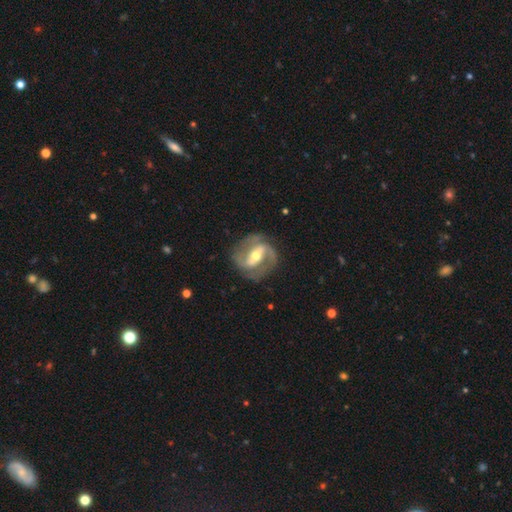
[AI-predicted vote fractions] Smooth or featured?
  - featured or disk: 86% *
  - smooth: 9%
  - star or artifact: 5%
Edge-on disk?
  - no: 96% *
  - yes: 4%
Bar?
  - strong: 57% *
  - weak: 30%
  - no: 12%
Spiral arms?
  - yes: 92% *
  - no: 8%
Spiral winding?
  - medium: 50% *
  - tight: 29%
  - loose: 20%
Spiral arm count?
  - 2: 87% *
  - can't tell: 5%
  - 1: 4%
  - 3: 2%
  - 4: 1%
  - more than 4: 1%
Bulge size?
  - moderate: 61% *
  - small: 32%
  - large: 5%
  - none: 1%
  - dominant: 1%
Merging?
  - none: 77% *
  - minor disturbance: 14%
  - major disturbance: 8%
  - merger: 2%